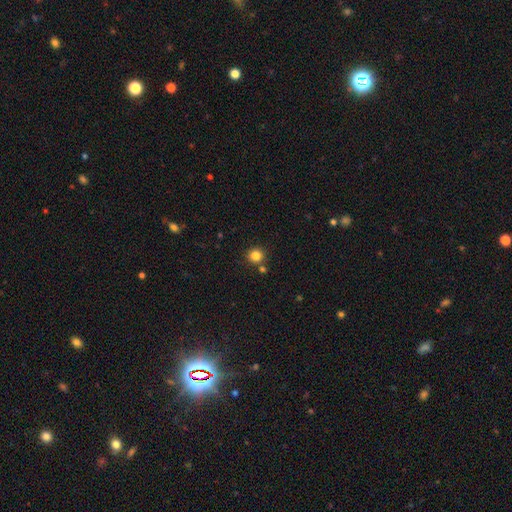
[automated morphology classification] A smooth galaxy with no disk features (83%) that is round (92%). Merging: none (81%).